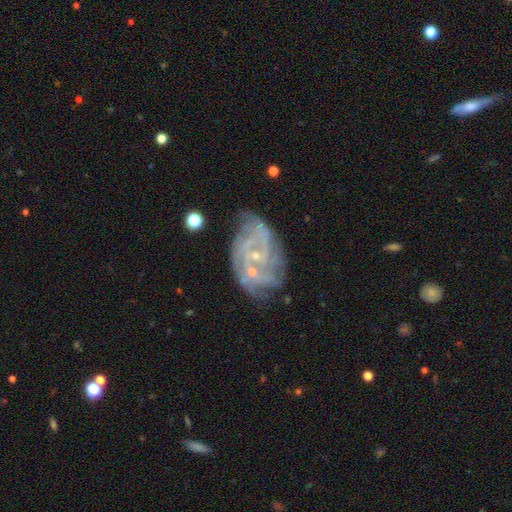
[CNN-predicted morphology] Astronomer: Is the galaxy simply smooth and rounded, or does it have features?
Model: featured or disk — 80%.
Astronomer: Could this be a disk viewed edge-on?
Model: no — 97%.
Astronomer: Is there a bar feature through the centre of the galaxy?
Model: no — 59%.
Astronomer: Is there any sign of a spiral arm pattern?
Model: yes — 93%.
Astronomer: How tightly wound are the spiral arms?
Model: tight — 54% (runner-up: medium, 35%).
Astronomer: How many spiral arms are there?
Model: can't tell — 32% (runner-up: 4, 19%).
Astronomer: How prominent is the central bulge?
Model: small — 80%.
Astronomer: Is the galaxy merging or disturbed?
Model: none — 63%.